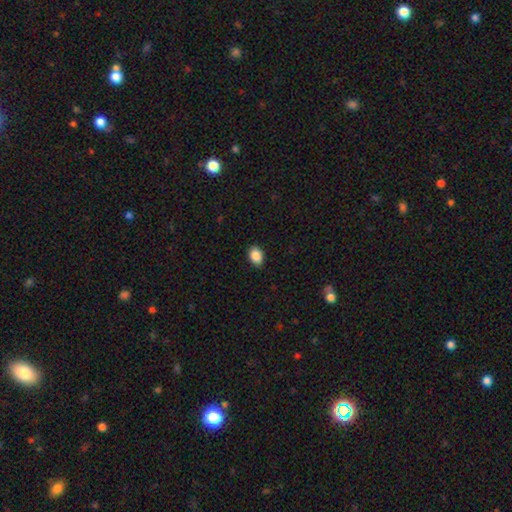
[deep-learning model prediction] This appears to be a smooth galaxy with no disk features (89%) that is in between round and cigar-shaped (77%). Merging: none (89%).